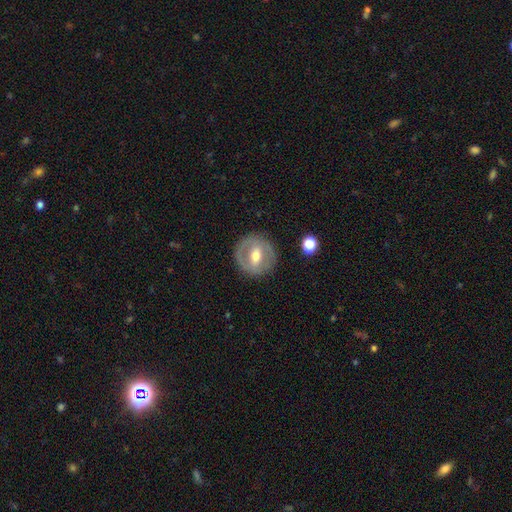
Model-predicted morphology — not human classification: A featured or disk galaxy (59%) with a weak bar (42%), no spiral arms (66%) and a moderate central bulge (74%).

Vote fractions:
- Smooth or featured? featured or disk: 59% / smooth: 34% / star or artifact: 6%
- Edge-on disk? no: 93% / yes: 7%
- Bar? weak: 42% / strong: 38% / no: 20%
- Spiral arms? no: 66% / yes: 34%
- Bulge size? moderate: 74% / small: 15% / large: 9% / none: 1% / dominant: 1%
- Merging? none: 85% / minor disturbance: 10% / major disturbance: 4% / merger: 1%